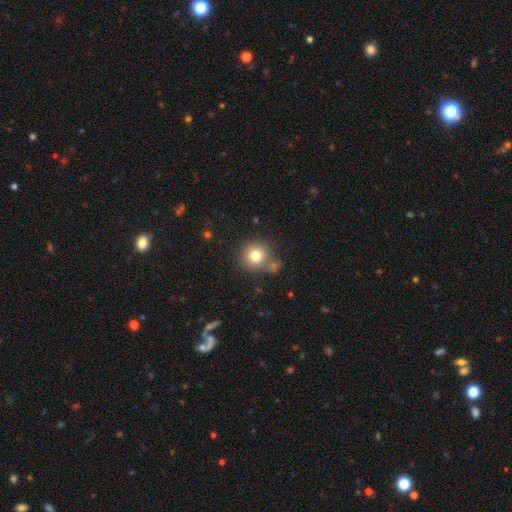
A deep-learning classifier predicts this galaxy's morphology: smooth-or-featured: smooth: 78% | star or artifact: 12% | featured or disk: 10%
  how-rounded: round: 91% | in between: 8% | cigar-shaped: 1%
  merging: none: 71% | merger: 15% | minor disturbance: 11% | major disturbance: 4%